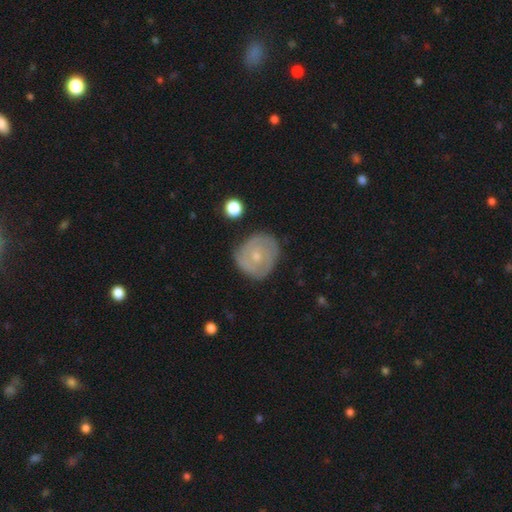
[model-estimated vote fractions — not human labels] A featured or disk galaxy (59%) with no bar (79%), spiral arms (73%) and a small central bulge (63%). Merging: none (77%).